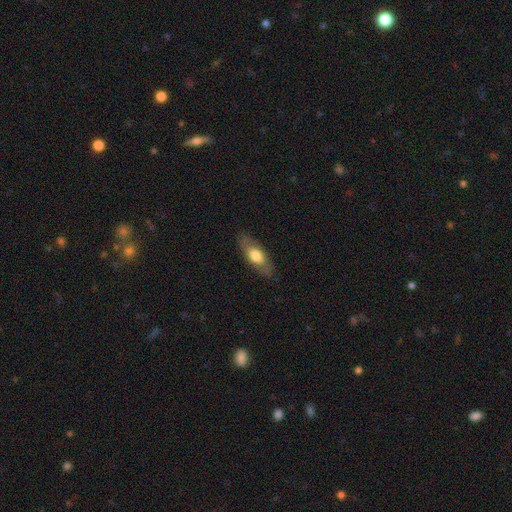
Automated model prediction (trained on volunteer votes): A smooth galaxy with no disk features (60%) that is in between round and cigar-shaped (81%). Merging: none (83%).